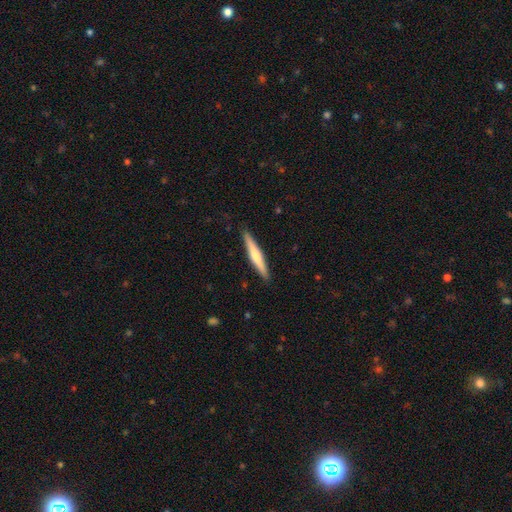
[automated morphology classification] This appears to be a featured or disk galaxy (48%). Merging: none (91%).